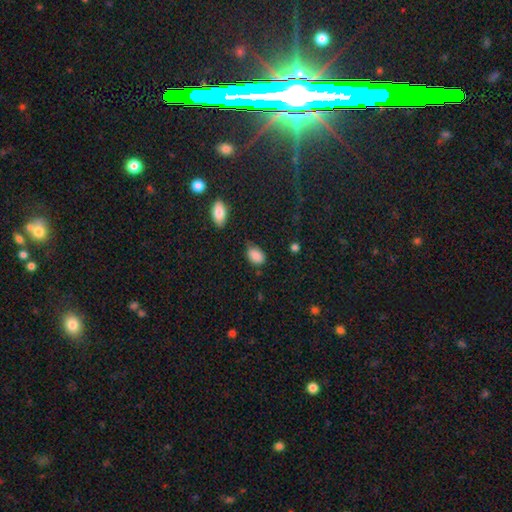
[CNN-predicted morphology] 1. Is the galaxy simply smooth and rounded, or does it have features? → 87% smooth, 9% star or artifact, 5% featured or disk.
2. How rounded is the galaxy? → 83% in between, 16% round, 1% cigar-shaped.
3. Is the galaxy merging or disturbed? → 61% none, 31% minor disturbance, 5% major disturbance, 3% merger.